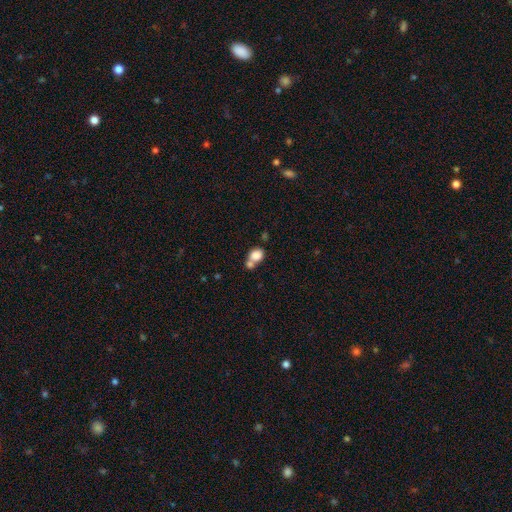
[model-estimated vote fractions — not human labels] smooth_or_featured: smooth (p=0.82) [alt: featured or disk p=0.09]
how_rounded: round (p=0.50) [alt: in between p=0.48]
merging: merger (p=0.52) [alt: none p=0.34]